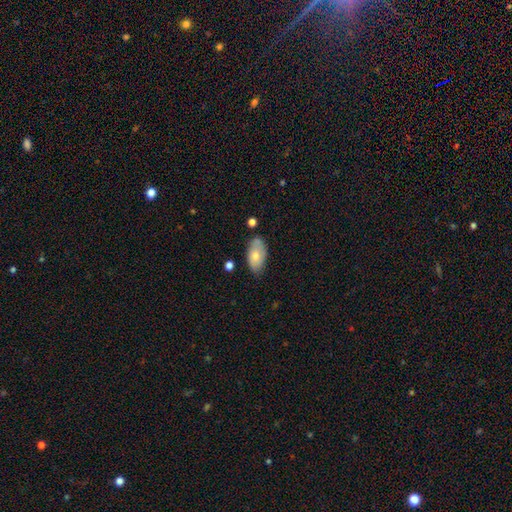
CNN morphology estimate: smooth_or_featured: smooth (p=0.72) [alt: featured or disk p=0.22]
how_rounded: in between (p=0.94) [alt: round p=0.04]
merging: none (p=0.65) [alt: minor disturbance p=0.24]